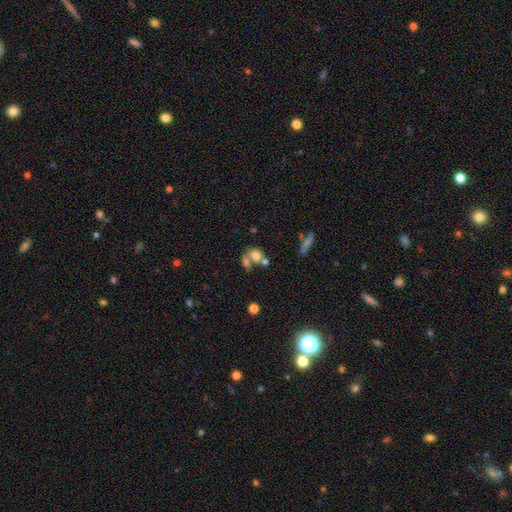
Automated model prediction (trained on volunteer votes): This is likely a smooth galaxy (70%). How rounded: possibly round (57%). Merging: possibly merger (52%).